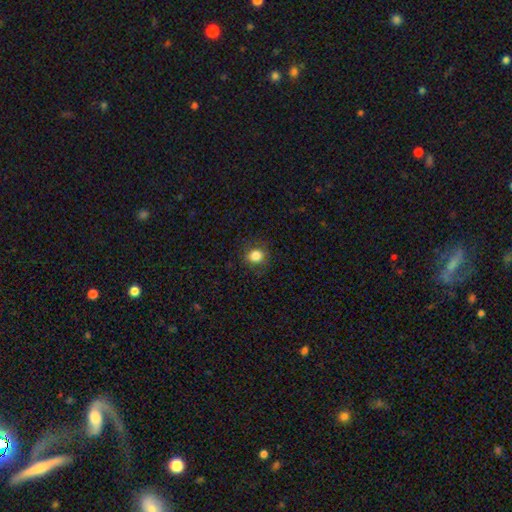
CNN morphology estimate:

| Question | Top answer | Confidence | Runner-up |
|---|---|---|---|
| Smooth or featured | smooth | 83% | star or artifact (11%) |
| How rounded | round | 78% | in between (21%) |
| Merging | none | 86% | minor disturbance (10%) |